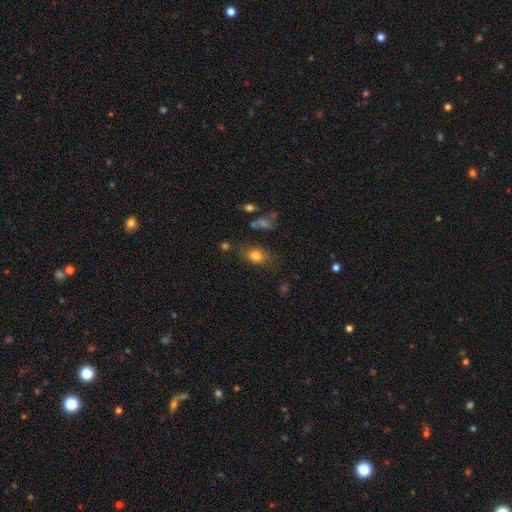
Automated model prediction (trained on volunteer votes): smooth 79%, star or artifact 11%, featured or disk 10%. Down the decision tree: how rounded — in between (67%); merging — none (71%).